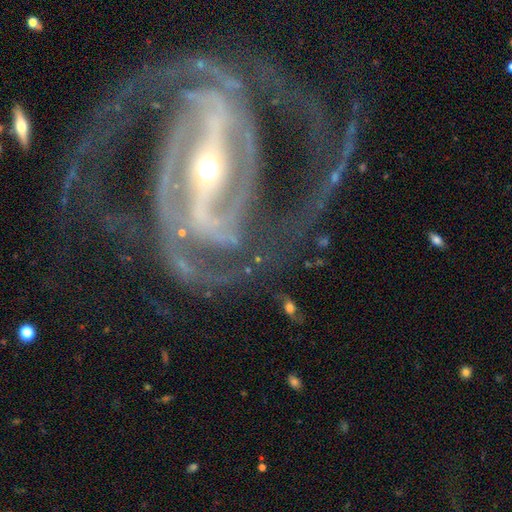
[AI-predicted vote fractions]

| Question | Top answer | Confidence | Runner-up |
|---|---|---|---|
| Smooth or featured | featured or disk | 93% | star or artifact (5%) |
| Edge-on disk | no | 97% | yes (3%) |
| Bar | strong | 81% | weak (14%) |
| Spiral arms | yes | 98% | no (2%) |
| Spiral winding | medium | 53% | tight (35%) |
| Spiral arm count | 2 | 69% | 3 (13%) |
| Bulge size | small | 68% | moderate (28%) |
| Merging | none | 64% | major disturbance (20%) |